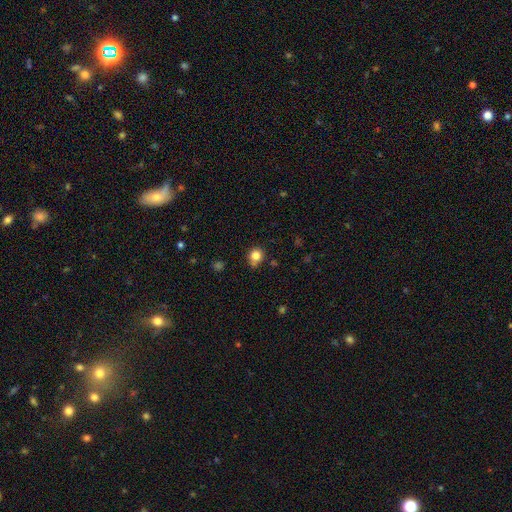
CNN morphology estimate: This appears to be a smooth galaxy with no disk features (83%) that is round (84%). Merging: none (70%).